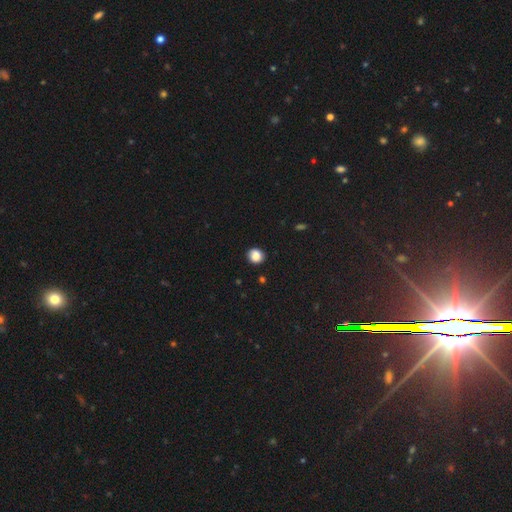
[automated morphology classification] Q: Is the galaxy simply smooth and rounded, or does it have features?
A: smooth — 87%.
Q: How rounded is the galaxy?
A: round — 85%.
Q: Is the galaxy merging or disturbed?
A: none — 88%.